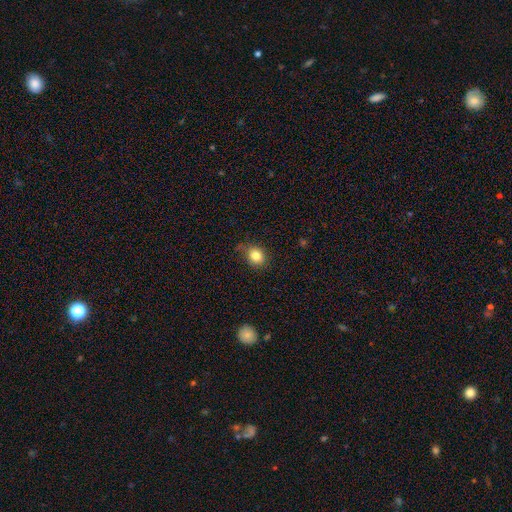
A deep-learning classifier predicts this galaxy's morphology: smooth-or-featured: smooth: 82% | star or artifact: 10% | featured or disk: 8%
  how-rounded: round: 61% | in between: 38% | cigar-shaped: 1%
  merging: none: 69% | minor disturbance: 23% | major disturbance: 6% | merger: 2%